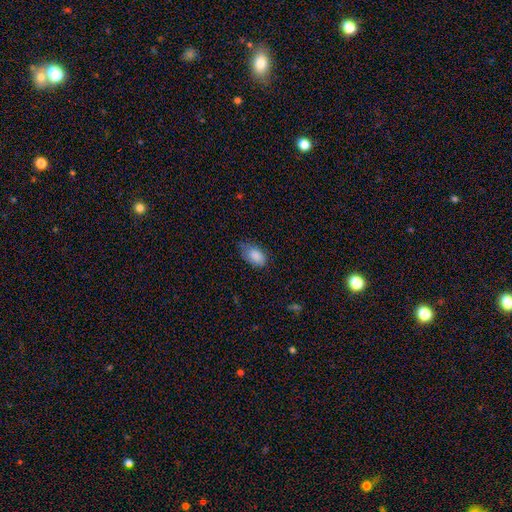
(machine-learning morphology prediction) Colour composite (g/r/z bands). It shows a smooth galaxy with no disk features (87%) that is in between round and cigar-shaped (92%). Merging: none (61%).